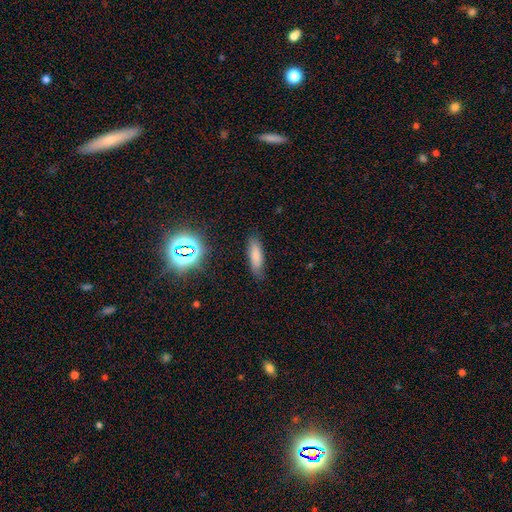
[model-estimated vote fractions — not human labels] This appears to be a smooth galaxy with no disk features (77%) that is cigar-shaped (50%). Merging: none (81%).